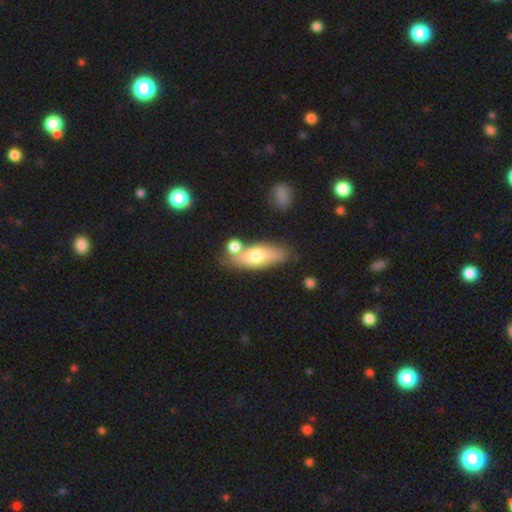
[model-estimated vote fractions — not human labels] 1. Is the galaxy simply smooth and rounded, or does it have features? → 65% smooth, 28% featured or disk, 7% star or artifact.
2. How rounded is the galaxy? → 66% in between, 30% cigar-shaped, 4% round.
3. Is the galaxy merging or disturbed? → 57% none, 26% merger, 13% minor disturbance, 4% major disturbance.